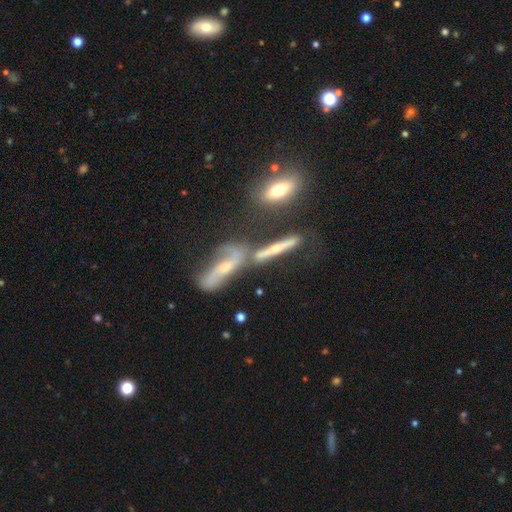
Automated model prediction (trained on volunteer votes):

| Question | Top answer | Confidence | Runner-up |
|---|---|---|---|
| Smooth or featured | featured or disk | 45% | smooth (31%) |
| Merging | merger | 44% | none (37%) |